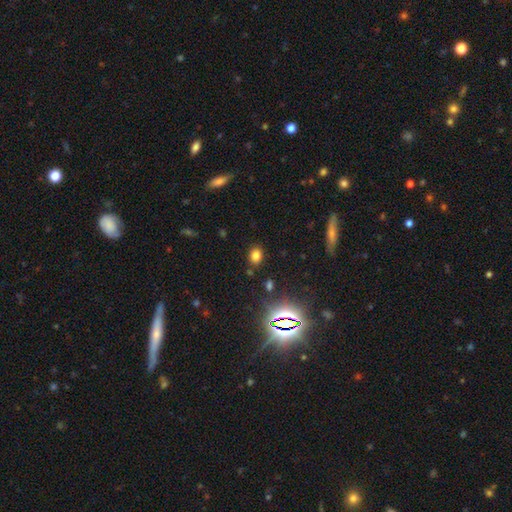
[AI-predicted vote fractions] smooth-or-featured: smooth: 74% | star or artifact: 20% | featured or disk: 6%
  how-rounded: in between: 56% | round: 42% | cigar-shaped: 1%
  merging: none: 84% | minor disturbance: 9% | merger: 3% | major disturbance: 3%